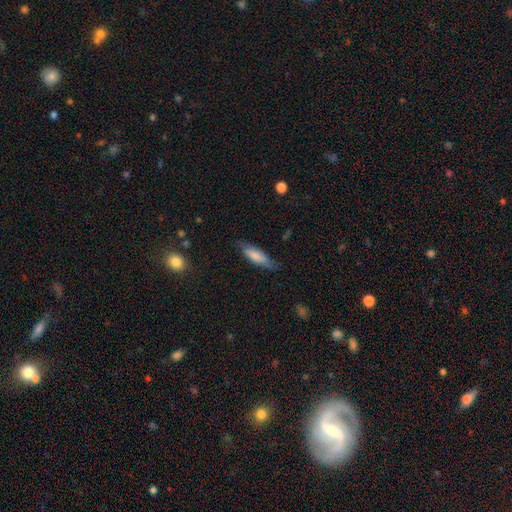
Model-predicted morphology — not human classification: A smooth galaxy with no disk features (73%) that is cigar-shaped (54%). Merging: none (72%).